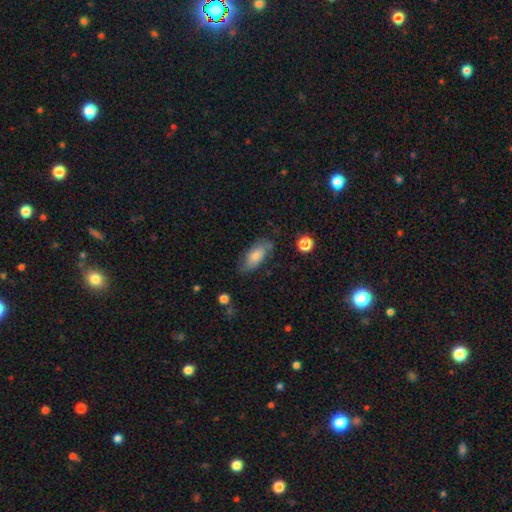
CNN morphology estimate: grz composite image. It shows a smooth galaxy with no disk features (66%) that is in between round and cigar-shaped (82%). Merging: none (72%).